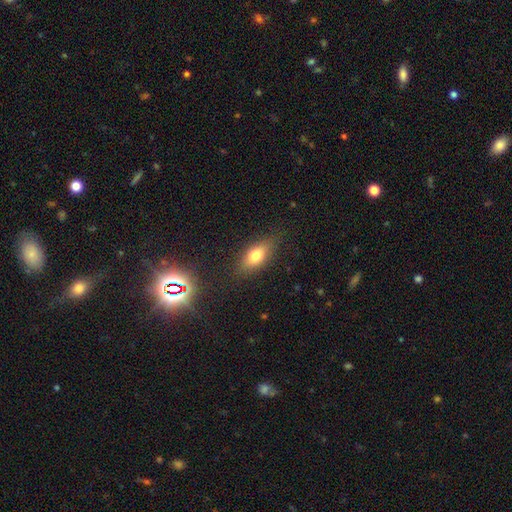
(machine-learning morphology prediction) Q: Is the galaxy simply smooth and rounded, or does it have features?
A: smooth — 71%.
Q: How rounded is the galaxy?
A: in between — 79%.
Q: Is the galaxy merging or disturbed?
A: none — 82%.